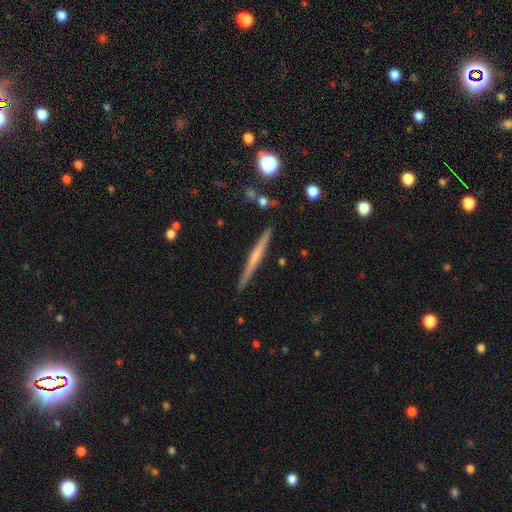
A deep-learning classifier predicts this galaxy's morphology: A featured or disk galaxy (60%) viewed edge-on (98%) with no central bulge (57%).

Vote fractions:
- Smooth or featured? featured or disk: 60% / smooth: 34% / star or artifact: 6%
- Edge-on disk? yes: 98% / no: 2%
- Edge-on bulge? none: 57% / rounded: 35% / boxy: 8%
- Merging? none: 90% / minor disturbance: 7% / merger: 2% / major disturbance: 1%